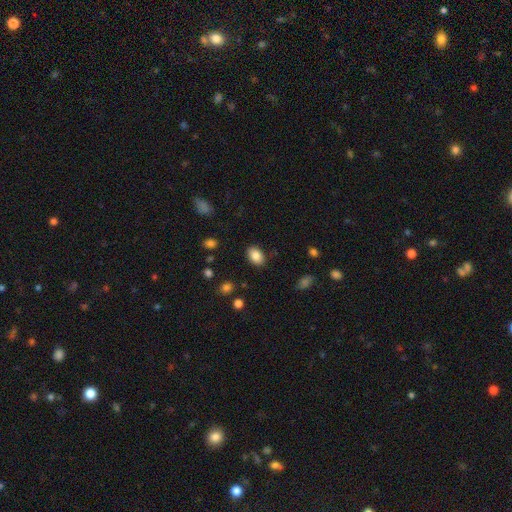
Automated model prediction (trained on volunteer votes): This appears to be a smooth galaxy with no disk features (86%) that is in between round and cigar-shaped (82%). Merging: none (86%).